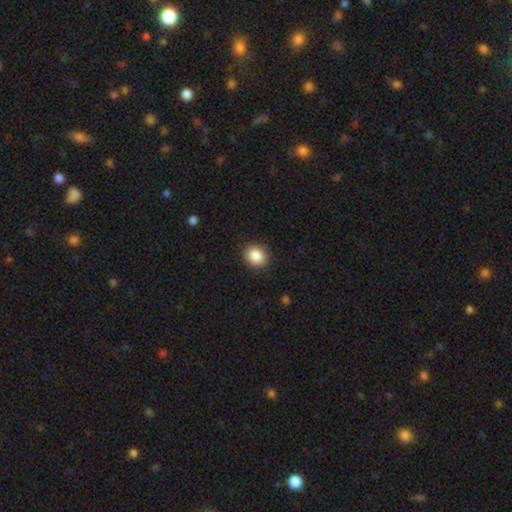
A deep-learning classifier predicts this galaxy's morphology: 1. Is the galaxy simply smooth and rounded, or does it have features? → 88% smooth, 8% star or artifact, 4% featured or disk.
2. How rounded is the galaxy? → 70% round, 29% in between, 1% cigar-shaped.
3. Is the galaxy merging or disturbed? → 89% none, 8% minor disturbance, 2% major disturbance, 1% merger.